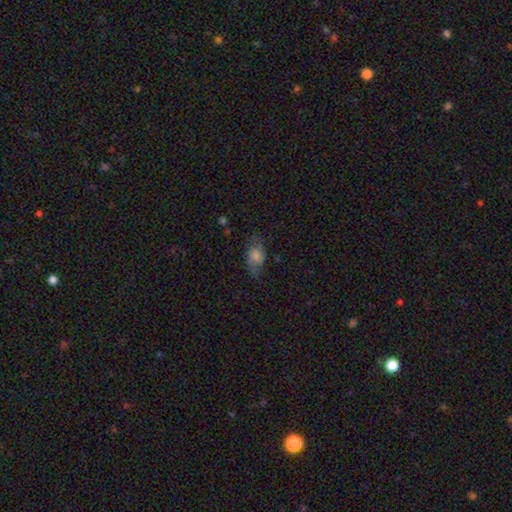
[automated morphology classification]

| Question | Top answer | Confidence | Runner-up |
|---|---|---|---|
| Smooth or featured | smooth | 54% | featured or disk (33%) |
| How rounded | in between | 79% | round (16%) |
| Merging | none | 66% | minor disturbance (22%) |